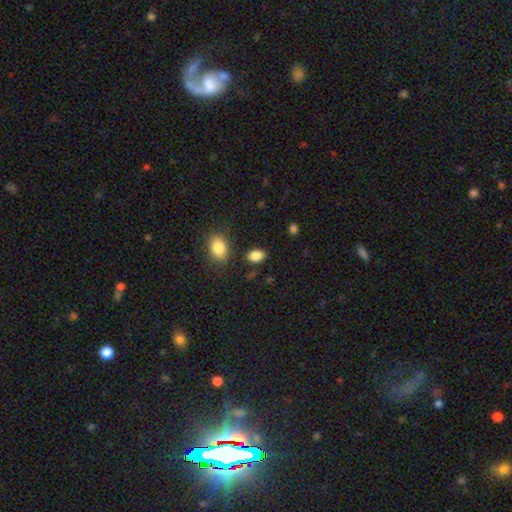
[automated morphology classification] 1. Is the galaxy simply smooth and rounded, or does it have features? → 87% smooth, 9% star or artifact, 4% featured or disk.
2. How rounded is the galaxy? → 82% in between, 17% round, 1% cigar-shaped.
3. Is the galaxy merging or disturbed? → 82% none, 11% minor disturbance, 4% merger, 3% major disturbance.